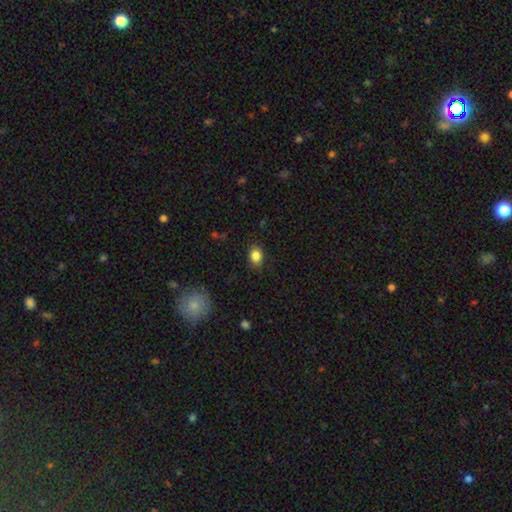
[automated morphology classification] smooth_or_featured: smooth (p=0.85) [alt: star or artifact p=0.09]
how_rounded: in between (p=0.61) [alt: round p=0.37]
merging: none (p=0.83) [alt: minor disturbance p=0.13]